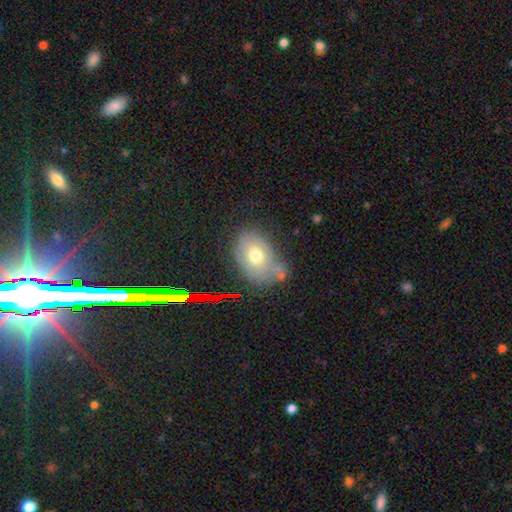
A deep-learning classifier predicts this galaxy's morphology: A smooth galaxy with no disk features (66%) that is in between round and cigar-shaped (77%).

Vote fractions:
- Smooth or featured? smooth: 66% / featured or disk: 22% / star or artifact: 12%
- How rounded? in between: 77% / round: 22% / cigar-shaped: 1%
- Merging? none: 58% / minor disturbance: 24% / major disturbance: 10% / merger: 9%